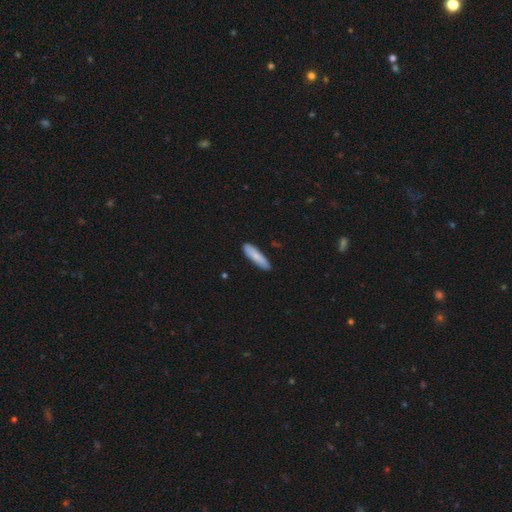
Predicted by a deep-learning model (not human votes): Morphology: type=smooth (82%); roundness=cigar-shaped (75%); merging=none (87%).